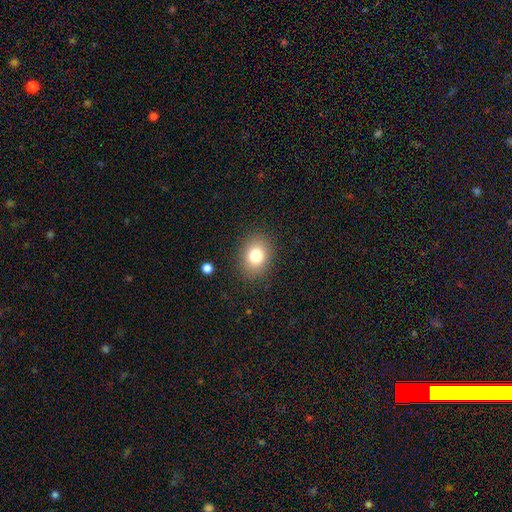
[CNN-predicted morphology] Smooth or featured? Predicted: smooth (p=0.79). How rounded? Predicted: in between (p=0.50). Merging? Predicted: none (p=0.87).